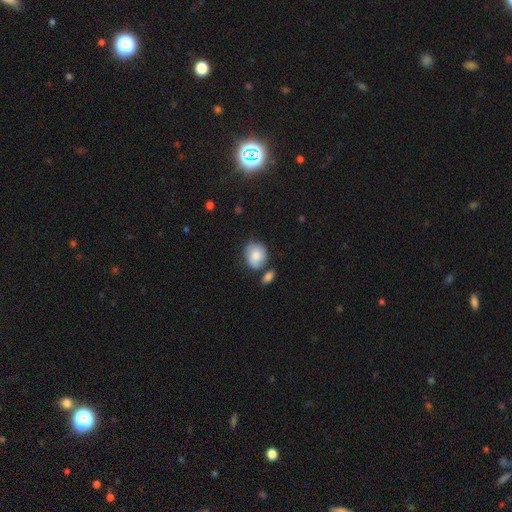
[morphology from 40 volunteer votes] smooth_or_featured: smooth (p=0.72) [alt: featured or disk p=0.17]
how_rounded: round (p=0.52) [alt: in between p=0.48]
merging: none (p=0.61) [alt: minor disturbance p=0.22]